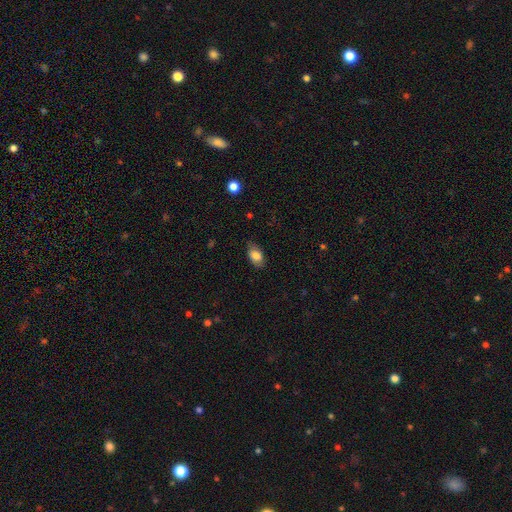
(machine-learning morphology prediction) This appears to be a smooth galaxy with no disk features (81%) that is in between round and cigar-shaped (91%). Merging: none (76%).